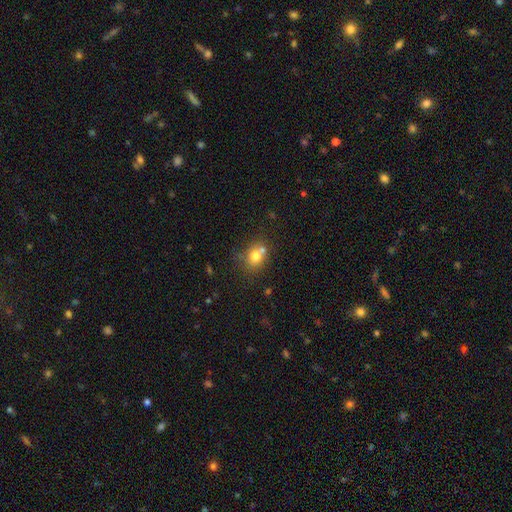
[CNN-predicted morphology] This is likely a smooth galaxy (74%). How rounded: likely round (64%). Merging: possibly none (50%).